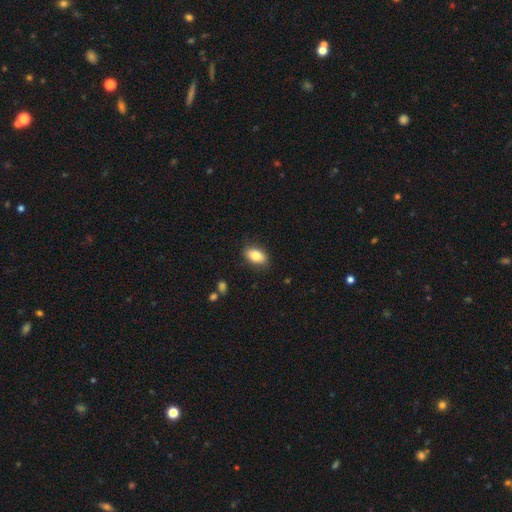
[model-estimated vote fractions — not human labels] This appears to be a smooth galaxy with no disk features (84%) that is in between round and cigar-shaped (89%). Merging: none (86%).